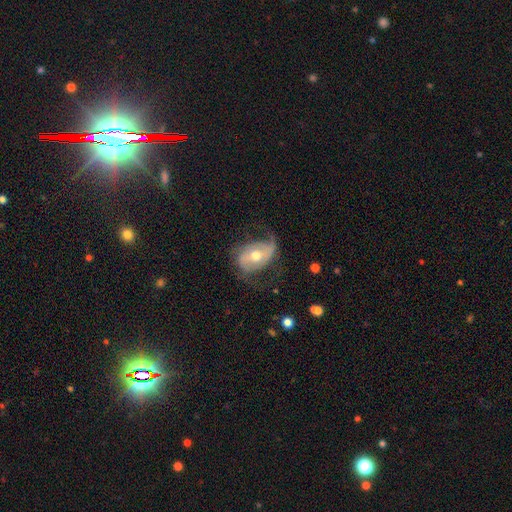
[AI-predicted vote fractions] This appears to be a featured or disk galaxy (74%) with no bar (44%), 2 (71%) loose (52%) spiral arms (87%) and a moderate central bulge (71%). Merging: none (51%).